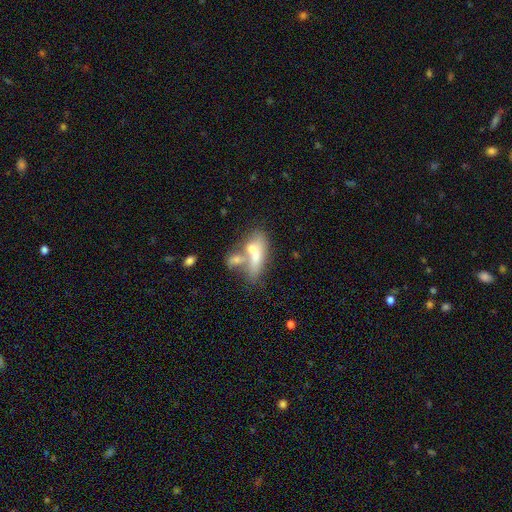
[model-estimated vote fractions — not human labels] Q: Smooth or featured?
A: smooth (60%); runner-up: featured or disk (32%)
Q: How rounded?
A: in between (65%); runner-up: cigar-shaped (28%)
Q: Merging?
A: merger (57%); runner-up: none (24%)